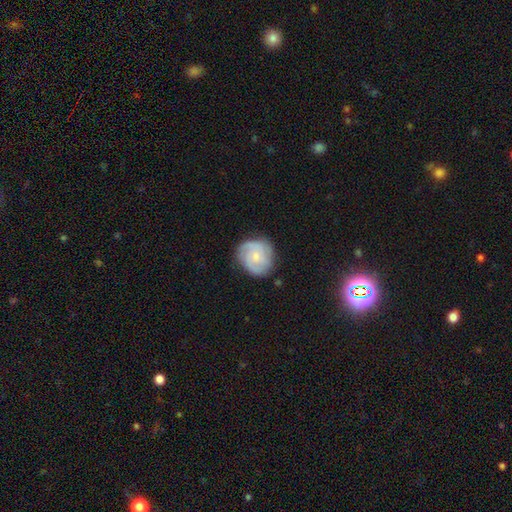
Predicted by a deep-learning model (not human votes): Morphology: type=featured or disk (68%); edge-on=no (98%); bar=no (72%); spiral arms=yes (94%); winding=tight (55%); arm count=3 (39%); bulge=small (65%); merging=none (76%).